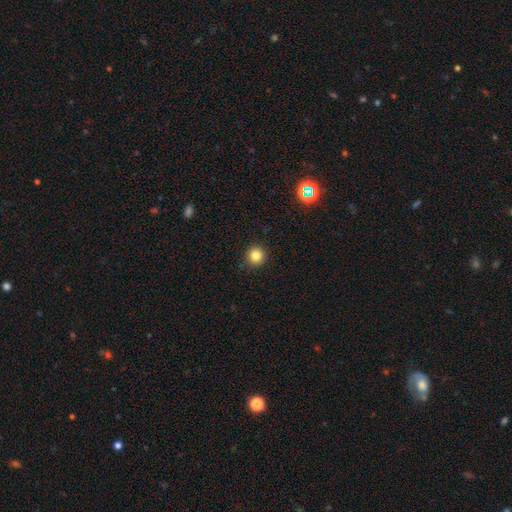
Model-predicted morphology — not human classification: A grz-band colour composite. It shows a smooth galaxy with no disk features (83%) that is round (94%). Merging: none (91%).